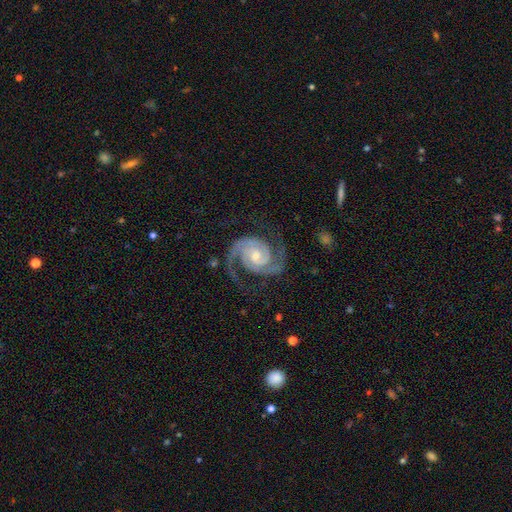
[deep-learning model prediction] Q: Smooth or featured?
A: featured or disk (93%); runner-up: star or artifact (4%)
Q: Edge-on disk?
A: no (98%); runner-up: yes (2%)
Q: Bar?
A: no (58%); runner-up: weak (33%)
Q: Spiral arms?
A: yes (99%); runner-up: no (1%)
Q: Spiral winding?
A: tight (51%); runner-up: medium (42%)
Q: Spiral arm count?
A: 2 (90%); runner-up: 3 (4%)
Q: Bulge size?
A: moderate (49%); runner-up: small (46%)
Q: Merging?
A: none (76%); runner-up: minor disturbance (15%)